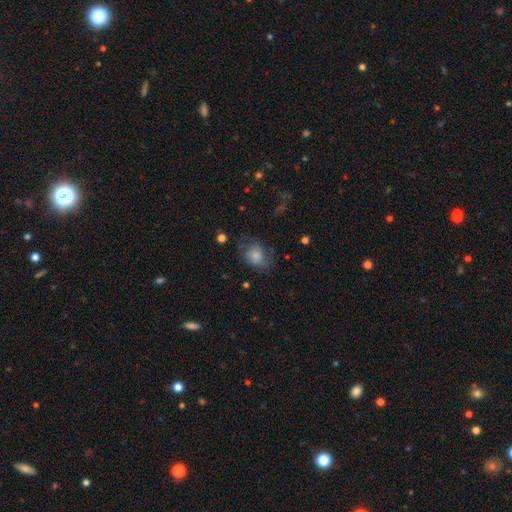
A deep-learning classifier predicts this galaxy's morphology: smooth 68%, featured or disk 23%, star or artifact 9%. Down the decision tree: how rounded — in between (58%); merging — none (48%).